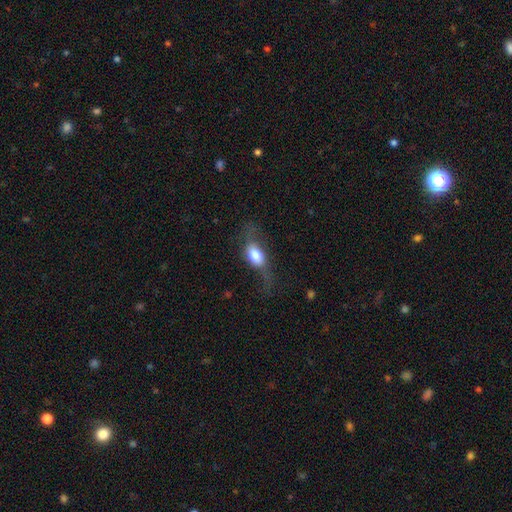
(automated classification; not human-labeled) Smooth or featured? smooth (63%)
How rounded? in between (77%)
Merging? none (40%)